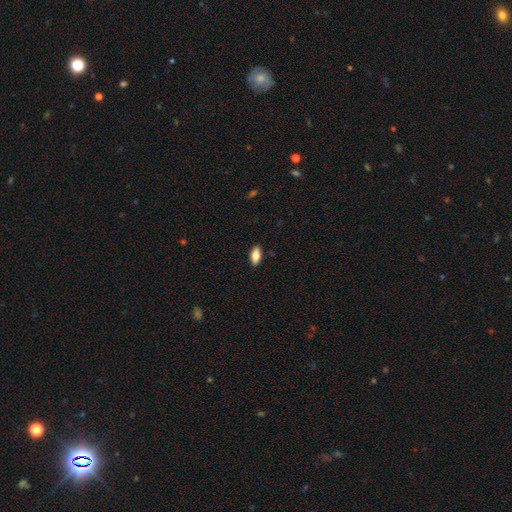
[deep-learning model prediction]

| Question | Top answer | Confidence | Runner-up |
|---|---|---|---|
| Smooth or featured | smooth | 80% | featured or disk (13%) |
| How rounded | in between | 86% | cigar-shaped (11%) |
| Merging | none | 89% | minor disturbance (9%) |